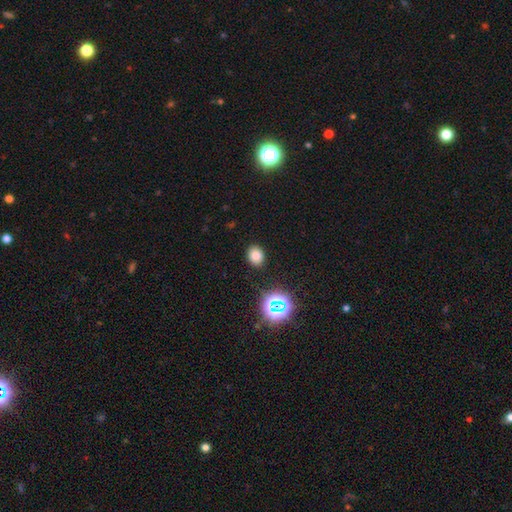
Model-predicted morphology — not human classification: smooth-or-featured: smooth: 77% | star or artifact: 17% | featured or disk: 6%
  how-rounded: in between: 50% | round: 49% | cigar-shaped: 1%
  merging: none: 88% | minor disturbance: 8% | major disturbance: 3% | merger: 1%